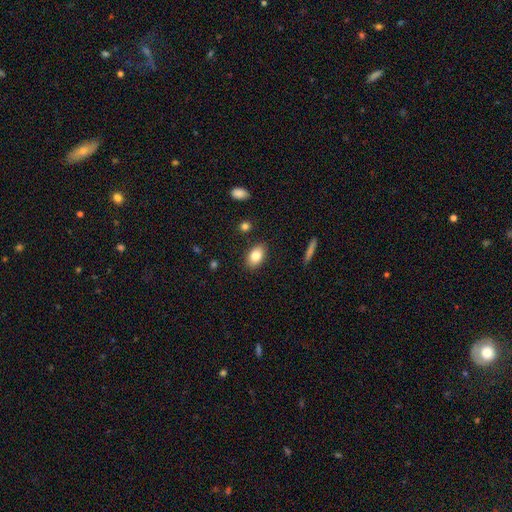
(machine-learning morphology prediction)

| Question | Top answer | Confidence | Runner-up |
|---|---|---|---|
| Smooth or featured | smooth | 82% | featured or disk (10%) |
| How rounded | in between | 88% | round (10%) |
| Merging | none | 87% | minor disturbance (9%) |